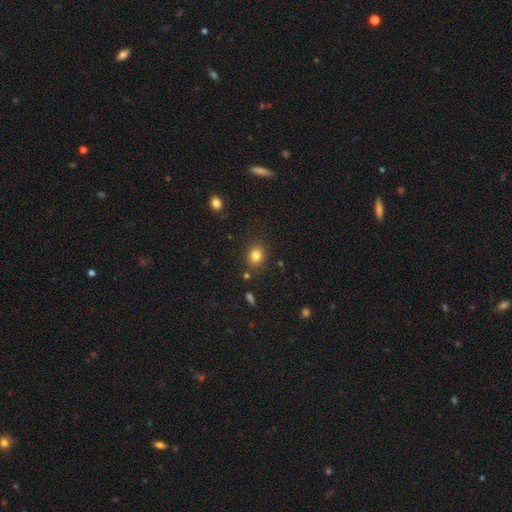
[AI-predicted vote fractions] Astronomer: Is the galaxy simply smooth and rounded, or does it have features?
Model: smooth — 81%.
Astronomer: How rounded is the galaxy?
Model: round — 55% (runner-up: in between, 45%).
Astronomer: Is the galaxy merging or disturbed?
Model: none — 82%.